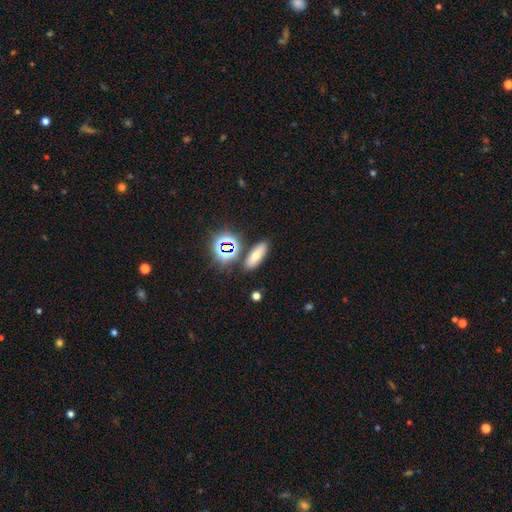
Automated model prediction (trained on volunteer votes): Q: Smooth or featured?
A: smooth (61%); runner-up: star or artifact (22%)
Q: How rounded?
A: in between (57%); runner-up: cigar-shaped (32%)
Q: Merging?
A: none (81%); runner-up: minor disturbance (9%)